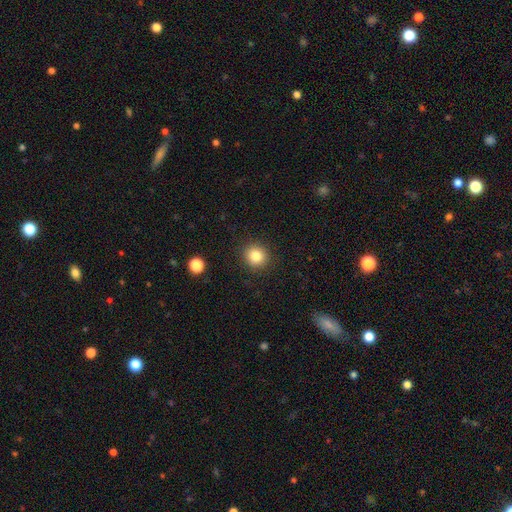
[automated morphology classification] The model was most divided on "smooth or featured": smooth: 82%, star or artifact: 11%, featured or disk: 6%. More confident: how rounded — round (91%); merging — none (91%).